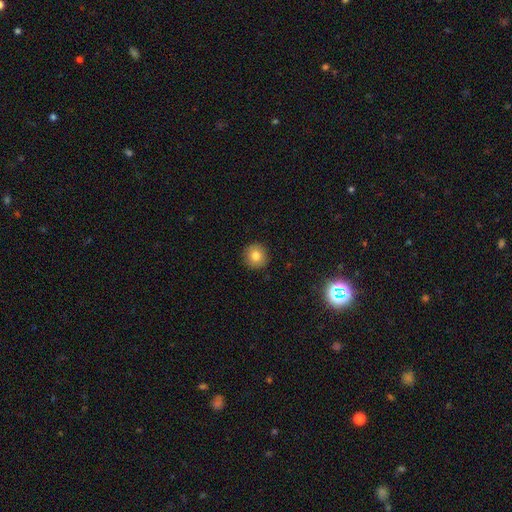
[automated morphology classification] A smooth galaxy with no disk features (81%) that is round (95%). Merging: none (92%).